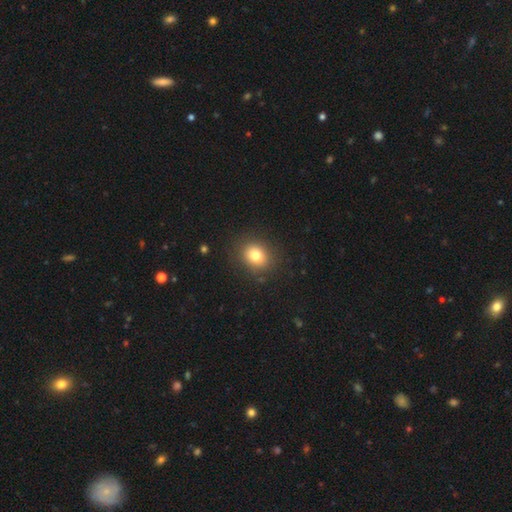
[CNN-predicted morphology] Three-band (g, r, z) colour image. It shows a smooth galaxy with no disk features (80%) that is round (62%). Merging: none (86%).